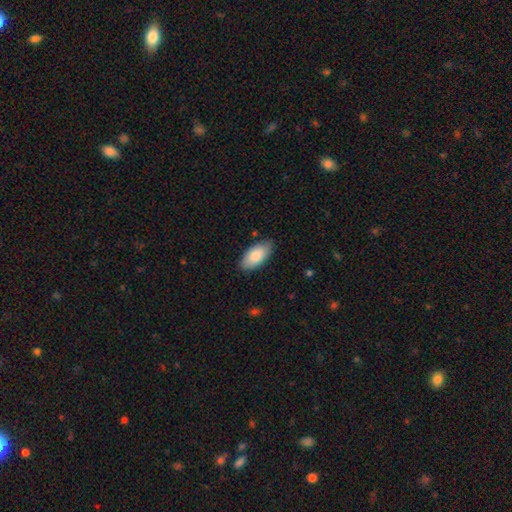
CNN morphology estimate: A smooth galaxy with no disk features (84%) that is in between round and cigar-shaped (93%).

Vote fractions:
- Smooth or featured? smooth: 84% / featured or disk: 10% / star or artifact: 6%
- How rounded? in between: 93% / cigar-shaped: 5% / round: 2%
- Merging? none: 84% / minor disturbance: 13% / major disturbance: 2% / merger: 1%